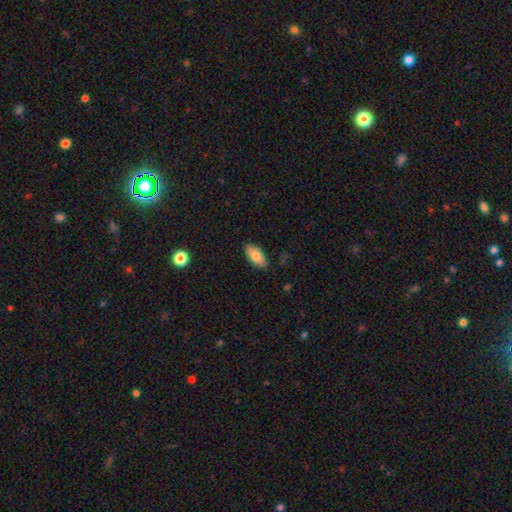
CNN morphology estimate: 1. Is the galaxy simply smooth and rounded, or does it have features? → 82% smooth, 11% featured or disk, 7% star or artifact.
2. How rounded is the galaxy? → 91% in between, 6% cigar-shaped, 2% round.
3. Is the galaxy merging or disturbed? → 87% none, 10% minor disturbance, 2% major disturbance, 1% merger.